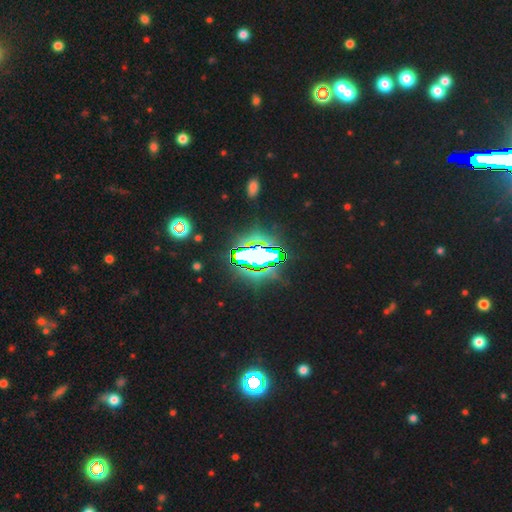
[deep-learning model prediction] smooth-or-featured: star or artifact: 70% | smooth: 17% | featured or disk: 13%